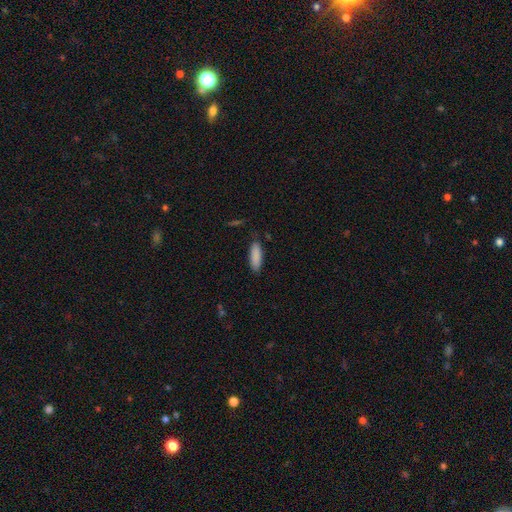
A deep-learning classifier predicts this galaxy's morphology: Smooth or featured: smooth — 88% (star or artifact — 6%)
How rounded: in between — 55% (cigar-shaped — 43%)
Merging: none — 82% (minor disturbance — 14%)